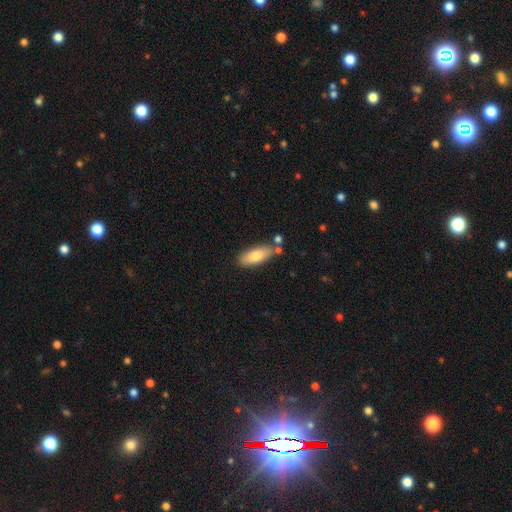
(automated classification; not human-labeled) This appears to be a smooth galaxy with no disk features (77%) that is in between round and cigar-shaped (76%). Merging: none (74%).